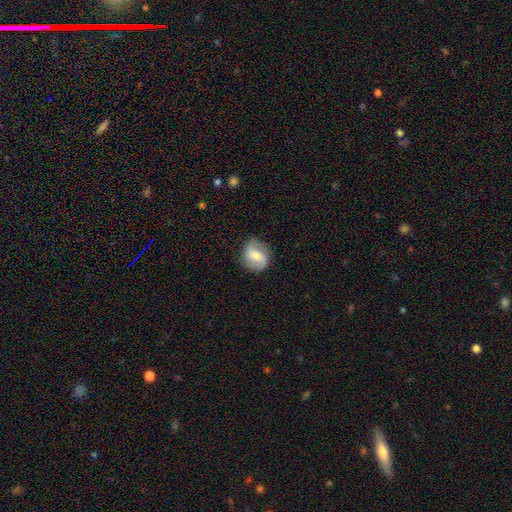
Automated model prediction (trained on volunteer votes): Smooth or featured? featured or disk (55%)
Edge-on disk? no (97%)
Bar? weak (45%)
Spiral arms? yes (86%)
Bulge size? moderate (60%)
Merging? none (81%)